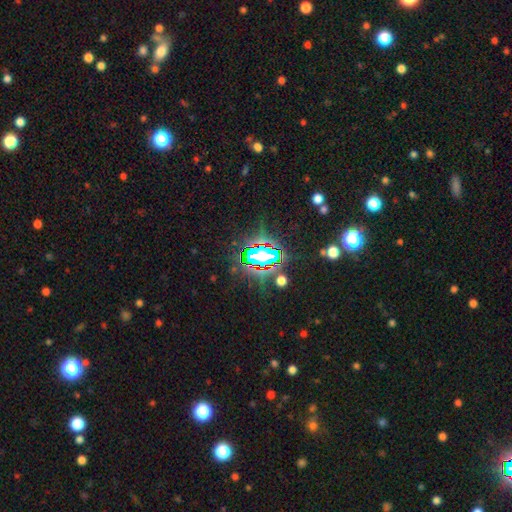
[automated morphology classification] A star or artifact, not a galaxy (71%).

Vote fractions:
- Smooth or featured? star or artifact: 71% / smooth: 16% / featured or disk: 13%